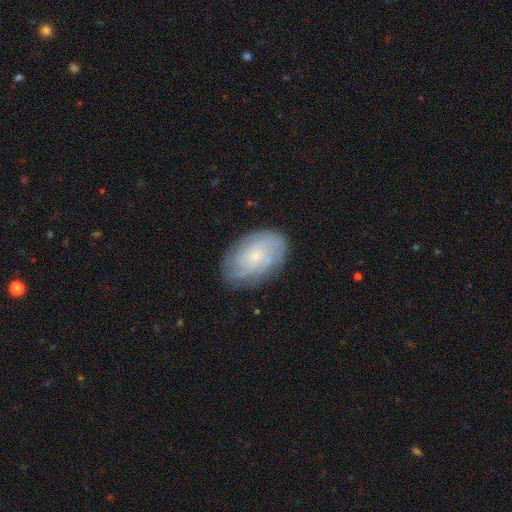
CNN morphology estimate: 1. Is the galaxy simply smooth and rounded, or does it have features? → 66% featured or disk, 26% smooth, 8% star or artifact.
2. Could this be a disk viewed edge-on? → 96% no, 4% yes.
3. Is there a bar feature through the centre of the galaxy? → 79% no, 18% weak, 3% strong.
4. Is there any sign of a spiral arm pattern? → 90% yes, 10% no.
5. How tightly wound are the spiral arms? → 65% tight, 26% medium, 8% loose.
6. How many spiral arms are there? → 50% can't tell, 14% 4, 13% 3, 11% 2, 8% more than 4, 5% 1.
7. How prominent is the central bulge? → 76% small, 18% moderate, 4% none, 2% large, 1% dominant.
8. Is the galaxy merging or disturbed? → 80% none, 15% minor disturbance, 4% major disturbance, 1% merger.